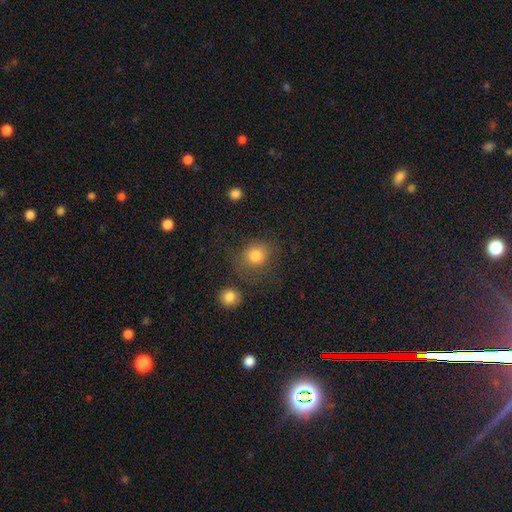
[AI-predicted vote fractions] Q: Smooth or featured?
A: smooth (79%); runner-up: star or artifact (12%)
Q: How rounded?
A: round (80%); runner-up: in between (19%)
Q: Merging?
A: none (68%); runner-up: minor disturbance (16%)